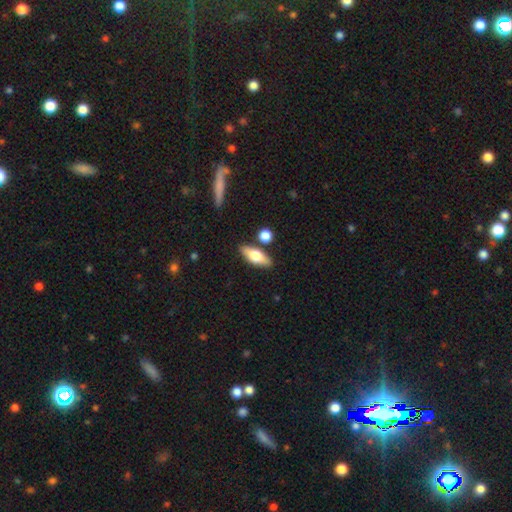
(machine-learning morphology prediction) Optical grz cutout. It shows a smooth galaxy with no disk features (62%) that is in between round and cigar-shaped (70%). Merging: none (82%).